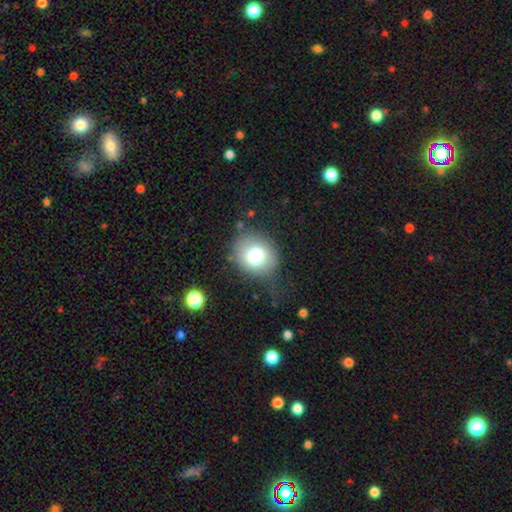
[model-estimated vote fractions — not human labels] Smooth or featured? smooth (74%)
How rounded? round (69%)
Merging? none (69%)